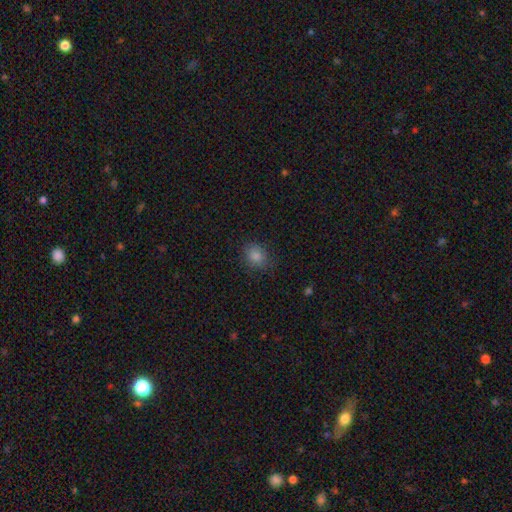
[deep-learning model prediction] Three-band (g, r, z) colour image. It shows a smooth galaxy with no disk features (81%) that is round (60%). Merging: none (82%).